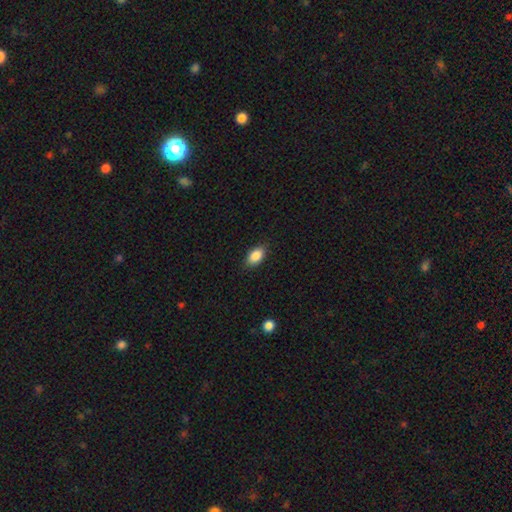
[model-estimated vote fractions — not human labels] smooth-or-featured: smooth: 88% | star or artifact: 8% | featured or disk: 5%
  how-rounded: in between: 91% | round: 7% | cigar-shaped: 2%
  merging: none: 87% | minor disturbance: 10% | major disturbance: 2% | merger: 1%